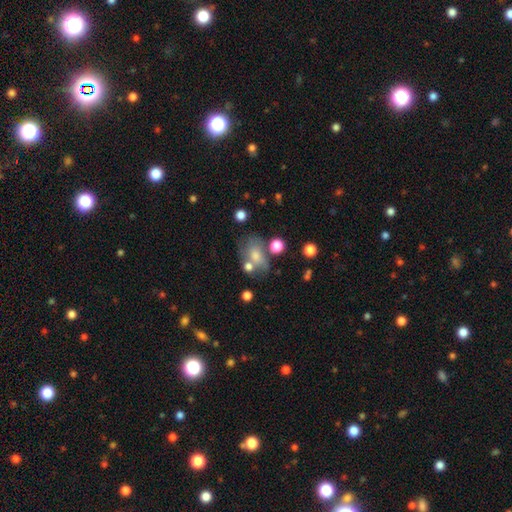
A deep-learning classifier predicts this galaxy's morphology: Q: Smooth or featured?
A: smooth (64%); runner-up: featured or disk (24%)
Q: How rounded?
A: in between (73%); runner-up: round (25%)
Q: Merging?
A: none (40%); runner-up: merger (24%)